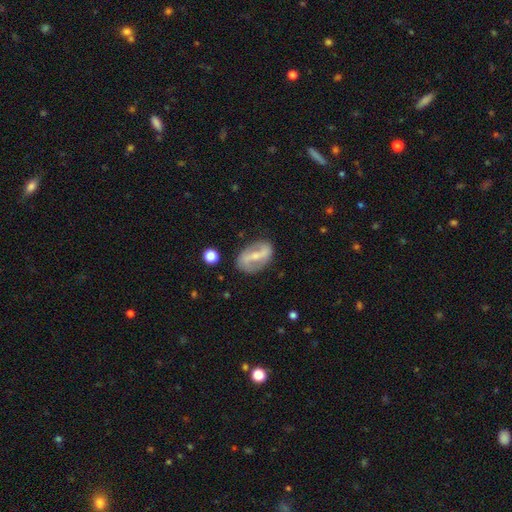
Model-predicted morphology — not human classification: Smooth or featured? Predicted: featured or disk (p=0.74). Edge-on disk? Predicted: no (p=0.94). Bar? Predicted: strong (p=0.59). Spiral arms? Predicted: yes (p=0.75). Spiral winding? Predicted: loose (p=0.49). Spiral arm count? Predicted: 2 (p=0.87). Bulge size? Predicted: small (p=0.55). Merging? Predicted: none (p=0.80).